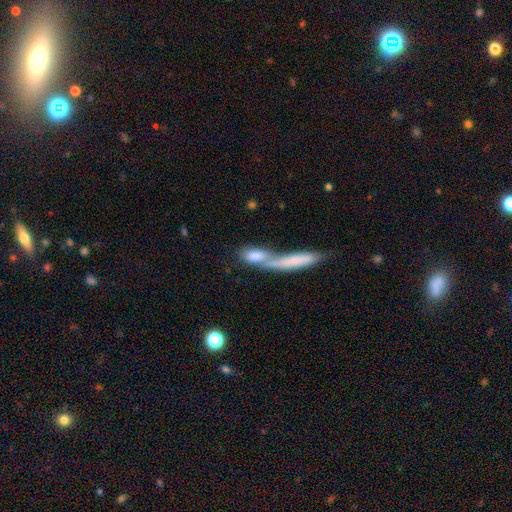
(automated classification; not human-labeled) Smooth or featured: smooth — 73% (featured or disk — 20%)
How rounded: in between — 55% (cigar-shaped — 40%)
Merging: merger — 61% (none — 23%)